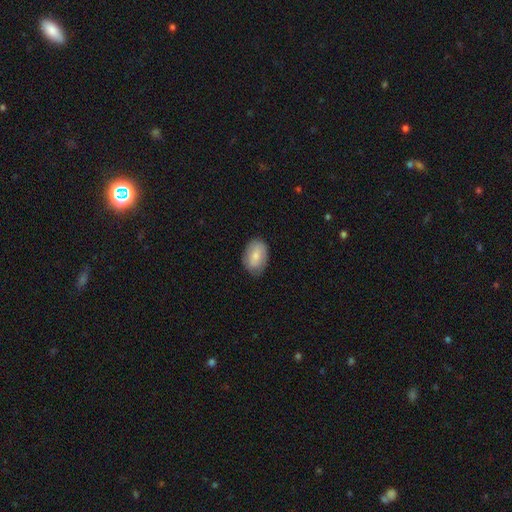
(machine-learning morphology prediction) Smooth or featured? Predicted: smooth (p=0.75). How rounded? Predicted: in between (p=0.86). Merging? Predicted: none (p=0.78).